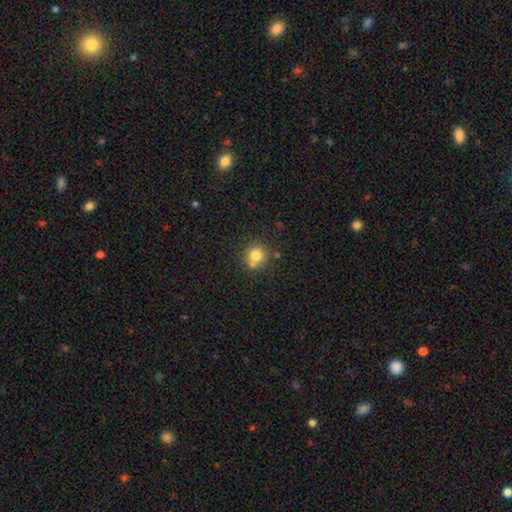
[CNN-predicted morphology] Smooth or featured?
  - smooth: 76% *
  - star or artifact: 12%
  - featured or disk: 12%
How rounded?
  - round: 89% *
  - in between: 10%
  - cigar-shaped: 1%
Merging?
  - none: 63% *
  - merger: 23%
  - minor disturbance: 11%
  - major disturbance: 3%